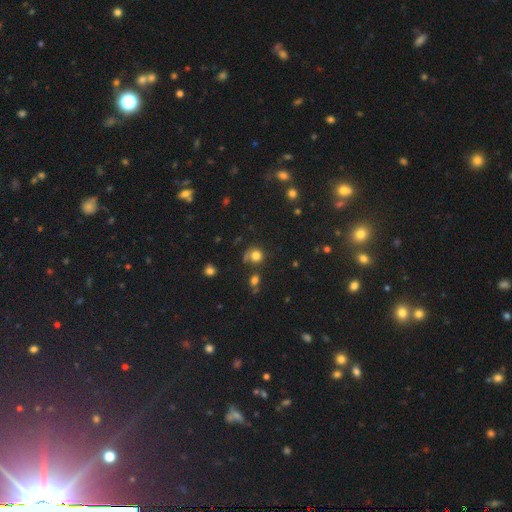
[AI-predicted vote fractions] Smooth or featured?
  - smooth: 78% *
  - star or artifact: 15%
  - featured or disk: 7%
How rounded?
  - round: 85% *
  - in between: 14%
  - cigar-shaped: 1%
Merging?
  - none: 63% *
  - minor disturbance: 17%
  - merger: 13%
  - major disturbance: 8%